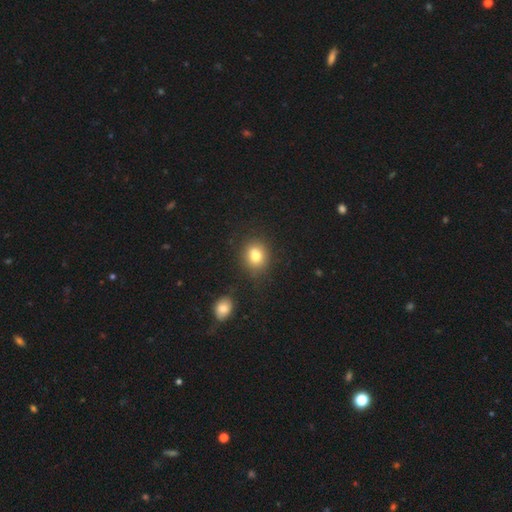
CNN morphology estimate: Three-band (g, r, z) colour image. It shows a smooth galaxy with no disk features (80%) that is round (63%). Merging: none (78%).